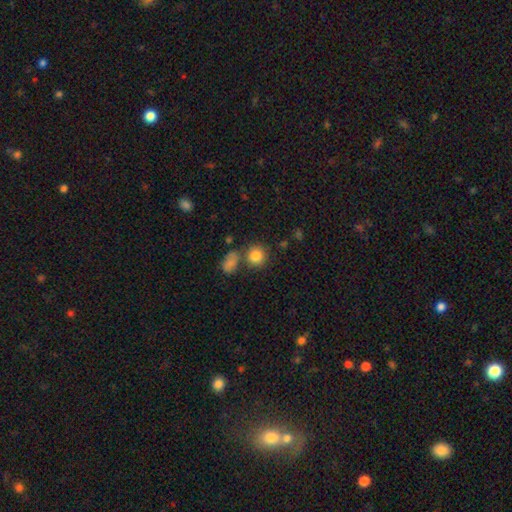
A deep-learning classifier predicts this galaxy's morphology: smooth-or-featured: smooth: 84% | star or artifact: 9% | featured or disk: 7%
  how-rounded: round: 86% | in between: 13% | cigar-shaped: 1%
  merging: none: 67% | merger: 17% | minor disturbance: 11% | major disturbance: 4%